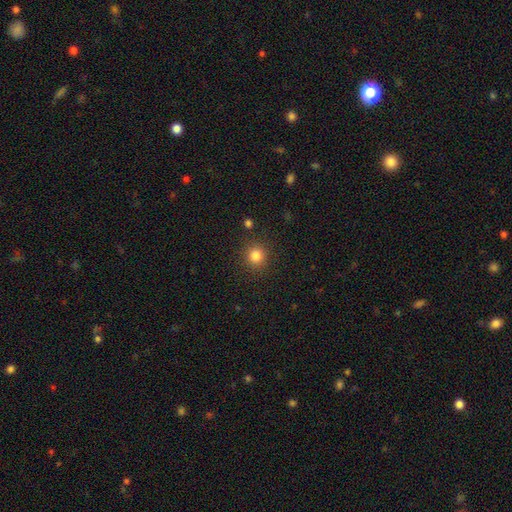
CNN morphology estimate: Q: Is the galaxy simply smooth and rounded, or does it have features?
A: smooth — 82%.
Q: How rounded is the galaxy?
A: round — 93%.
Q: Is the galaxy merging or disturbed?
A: none — 89%.